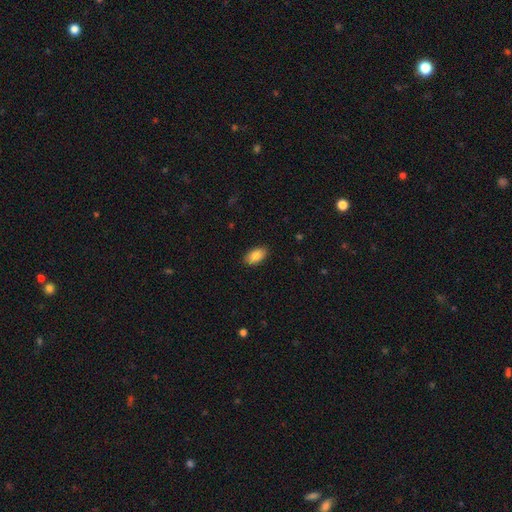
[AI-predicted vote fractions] Smooth or featured? smooth (86%)
How rounded? in between (94%)
Merging? none (89%)